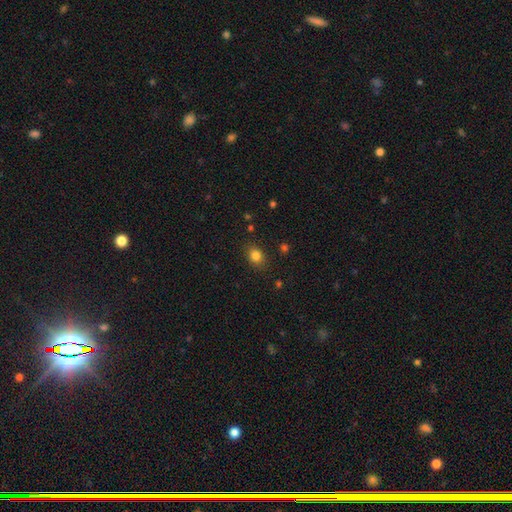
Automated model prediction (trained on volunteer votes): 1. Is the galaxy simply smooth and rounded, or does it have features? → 82% smooth, 12% star or artifact, 6% featured or disk.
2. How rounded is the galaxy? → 56% in between, 43% round, 1% cigar-shaped.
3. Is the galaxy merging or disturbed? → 85% none, 11% minor disturbance, 3% major disturbance, 2% merger.